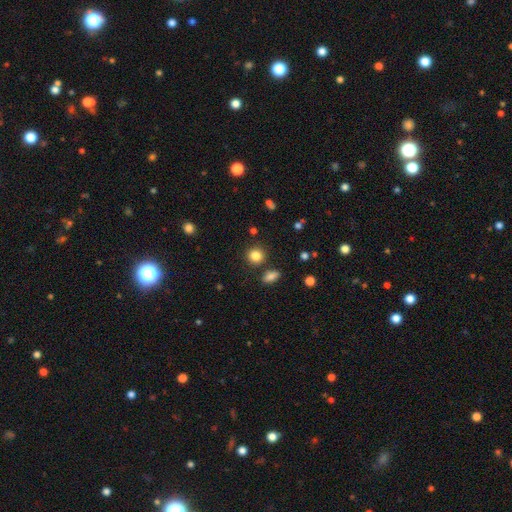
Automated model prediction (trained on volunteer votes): This is clearly a smooth galaxy (84%). How rounded: clearly round (89%). Merging: clearly none (84%).